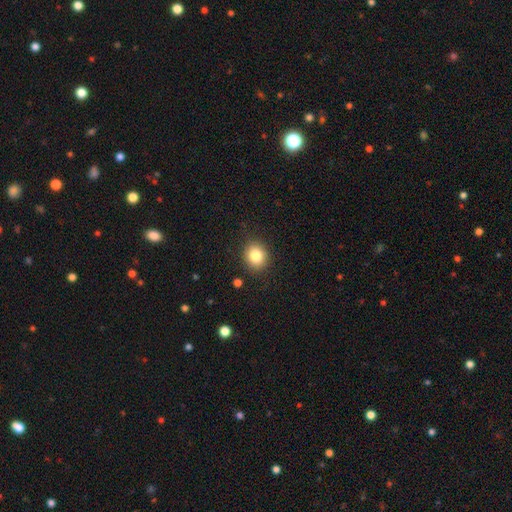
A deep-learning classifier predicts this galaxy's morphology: Smooth or featured: smooth — 82% (star or artifact — 10%)
How rounded: round — 76% (in between — 23%)
Merging: none — 88% (minor disturbance — 8%)